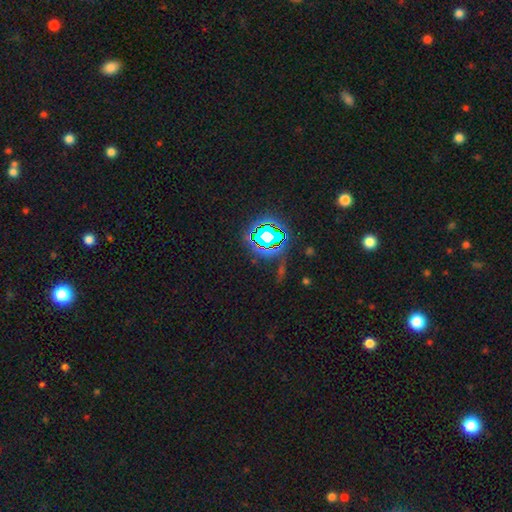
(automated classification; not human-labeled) Smooth or featured? Predicted: star or artifact (p=0.79).